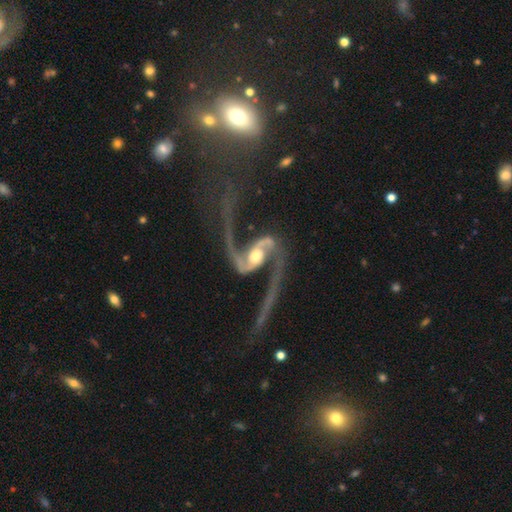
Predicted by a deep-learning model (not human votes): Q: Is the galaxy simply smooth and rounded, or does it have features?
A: featured or disk — 93%.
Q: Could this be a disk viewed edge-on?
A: no — 96%.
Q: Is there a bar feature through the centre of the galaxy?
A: no — 40%.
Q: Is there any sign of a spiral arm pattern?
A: yes — 97%.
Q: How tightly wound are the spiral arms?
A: loose — 82%.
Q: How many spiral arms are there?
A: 2 — 94%.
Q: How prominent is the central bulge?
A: moderate — 70%.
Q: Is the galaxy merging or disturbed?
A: none — 47%.